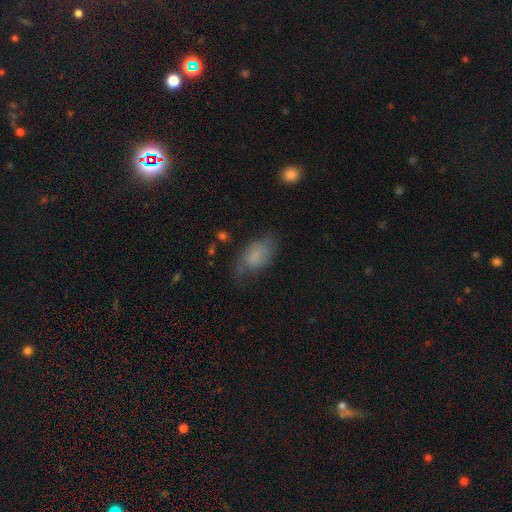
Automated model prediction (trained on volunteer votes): Smooth or featured? smooth (67%)
How rounded? in between (91%)
Merging? none (52%)